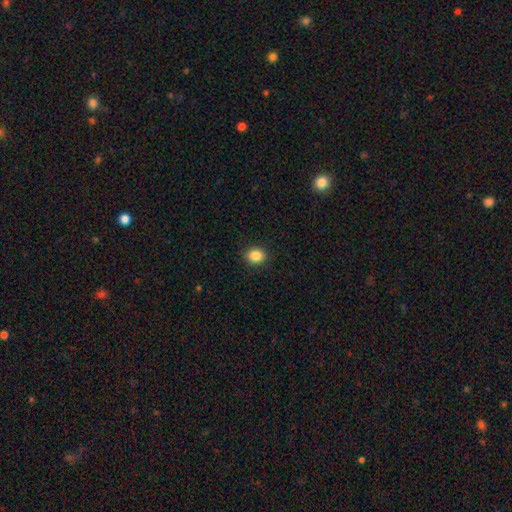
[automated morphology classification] Smooth or featured? Predicted: smooth (p=0.86). How rounded? Predicted: round (p=0.59). Merging? Predicted: none (p=0.90).